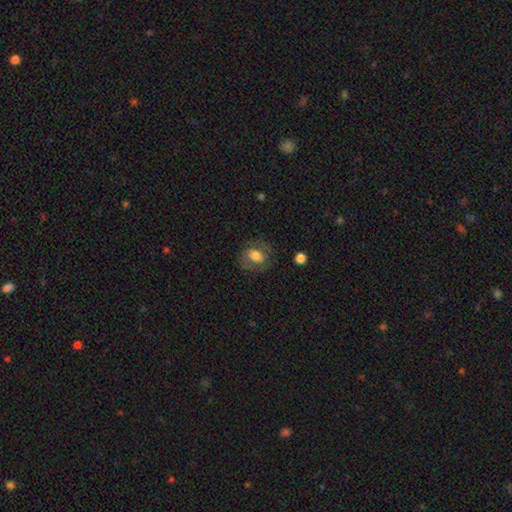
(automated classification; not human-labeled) smooth-or-featured: smooth: 63% | featured or disk: 28% | star or artifact: 9%
  how-rounded: round: 50% | in between: 49% | cigar-shaped: 1%
  merging: none: 73% | minor disturbance: 16% | major disturbance: 9% | merger: 1%